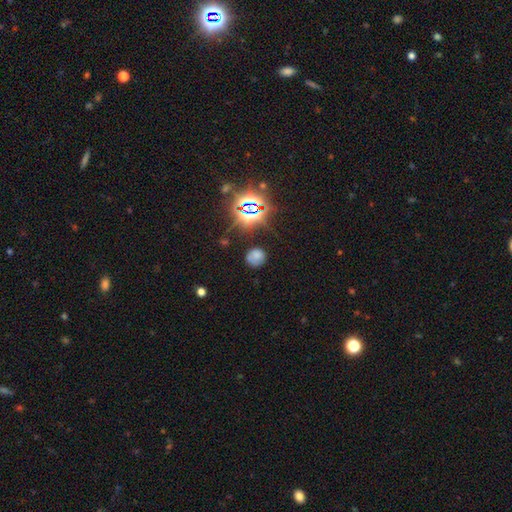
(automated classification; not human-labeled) A smooth galaxy with no disk features (61%) that is round (83%).

Vote fractions:
- Smooth or featured? smooth: 61% / star or artifact: 28% / featured or disk: 12%
- How rounded? round: 83% / in between: 16% / cigar-shaped: 1%
- Merging? none: 71% / minor disturbance: 18% / major disturbance: 7% / merger: 4%